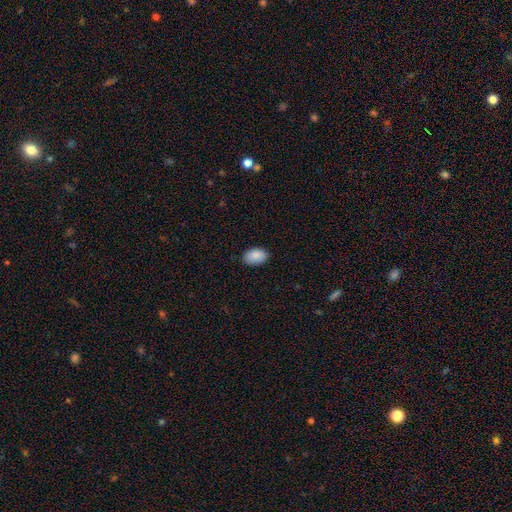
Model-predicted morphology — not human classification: Smooth or featured?
  - smooth: 89% *
  - star or artifact: 6%
  - featured or disk: 5%
How rounded?
  - in between: 91% *
  - round: 8%
  - cigar-shaped: 1%
Merging?
  - none: 86% *
  - minor disturbance: 11%
  - major disturbance: 2%
  - merger: 1%